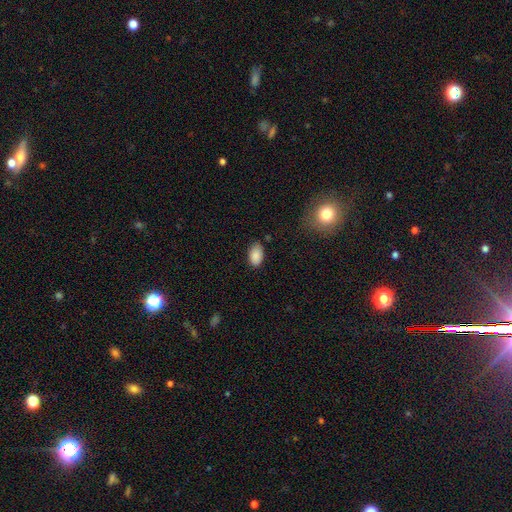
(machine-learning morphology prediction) This is clearly a smooth galaxy (88%). How rounded: clearly in between (93%). Merging: clearly none (81%).